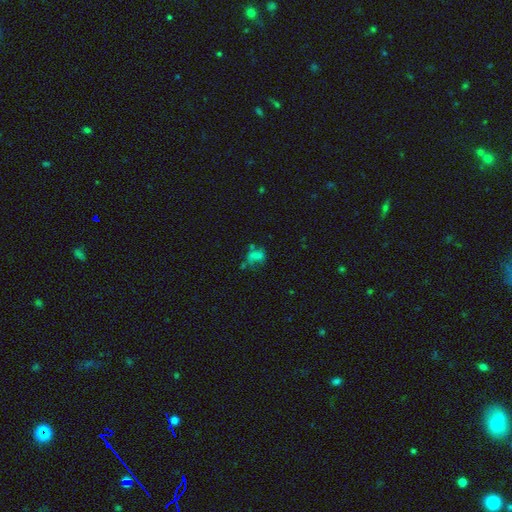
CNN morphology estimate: type=smooth (53%); roundness=in between (72%); merging=none (34%).